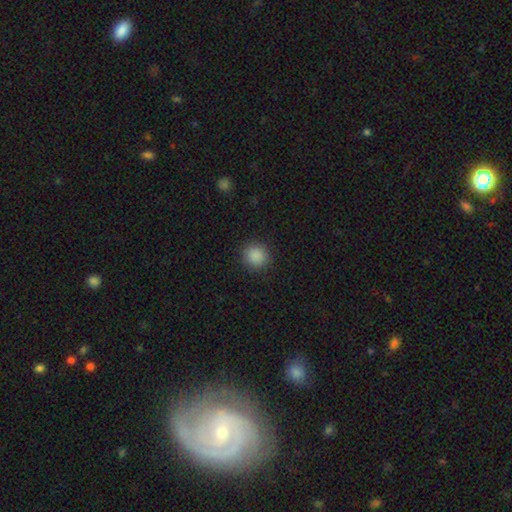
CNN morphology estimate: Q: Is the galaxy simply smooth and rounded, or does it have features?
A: smooth — 88%.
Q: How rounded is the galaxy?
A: round — 88%.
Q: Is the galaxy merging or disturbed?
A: none — 90%.